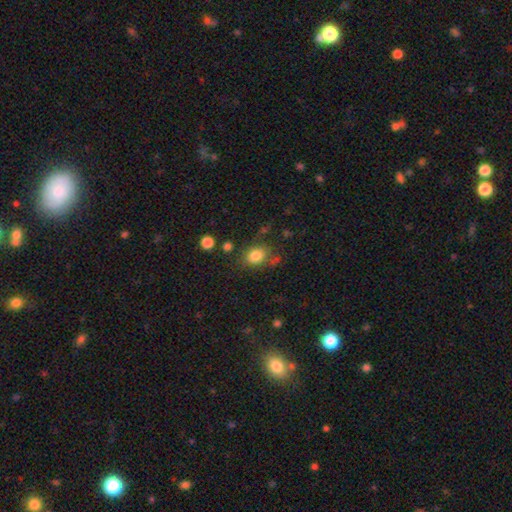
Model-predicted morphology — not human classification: Smooth or featured? Predicted: smooth (p=0.82). How rounded? Predicted: round (p=0.53). Merging? Predicted: none (p=0.70).